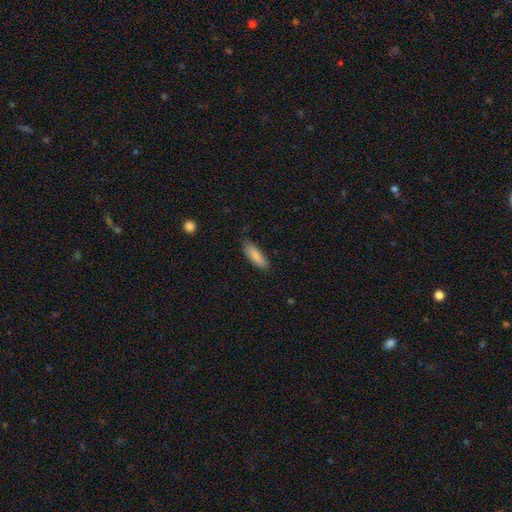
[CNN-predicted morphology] This appears to be a smooth galaxy with no disk features (86%) that is in between round and cigar-shaped (49%, tied with cigar-shaped). Merging: none (77%).